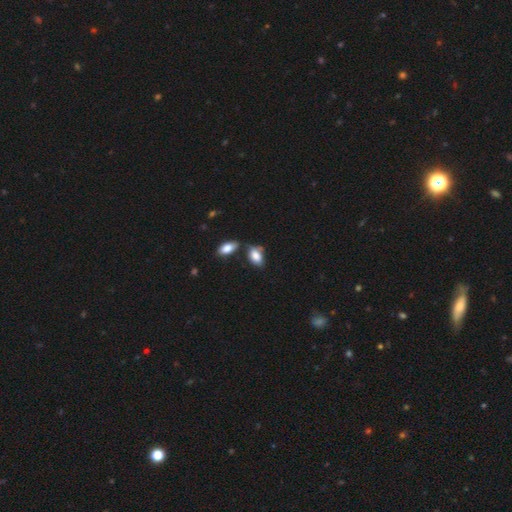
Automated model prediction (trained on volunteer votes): smooth 84%, featured or disk 9%, star or artifact 7%. Down the decision tree: how rounded — in between (92%); merging — none (55%).